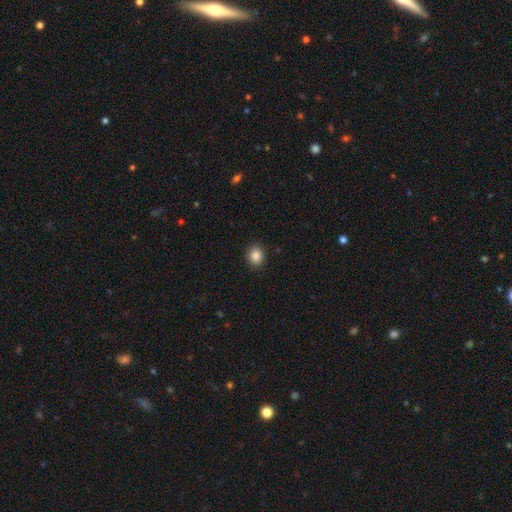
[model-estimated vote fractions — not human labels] Smooth or featured: smooth — 87% (star or artifact — 10%)
How rounded: round — 66% (in between — 33%)
Merging: none — 90% (minor disturbance — 7%)